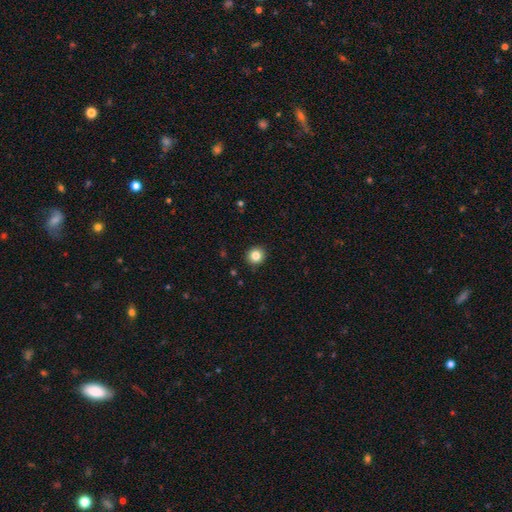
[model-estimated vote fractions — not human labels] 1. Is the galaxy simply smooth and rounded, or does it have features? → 83% smooth, 11% star or artifact, 6% featured or disk.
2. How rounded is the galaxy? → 94% round, 5% in between, 1% cigar-shaped.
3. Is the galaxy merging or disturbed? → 92% none, 5% minor disturbance, 2% major disturbance, 1% merger.